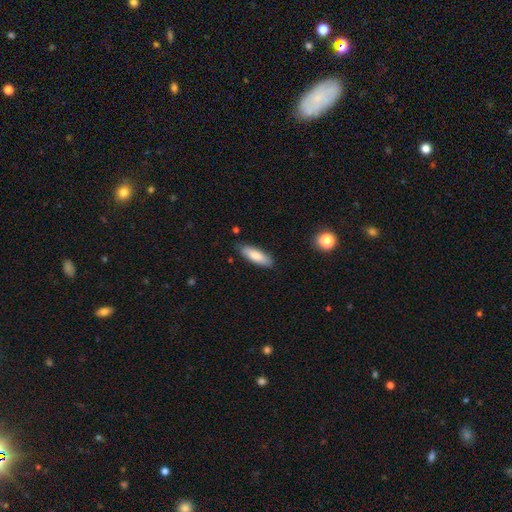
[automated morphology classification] Smooth or featured: smooth — 81% (featured or disk — 13%)
How rounded: in between — 53% (cigar-shaped — 46%)
Merging: none — 85% (minor disturbance — 11%)